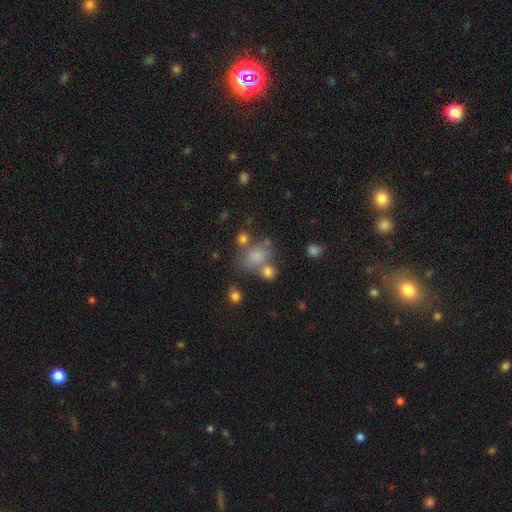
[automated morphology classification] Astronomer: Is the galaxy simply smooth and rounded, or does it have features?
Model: smooth — 72%.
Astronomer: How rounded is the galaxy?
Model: in between — 53% (runner-up: round, 45%).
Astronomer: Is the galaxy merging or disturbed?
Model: none — 44% (runner-up: merger, 29%).